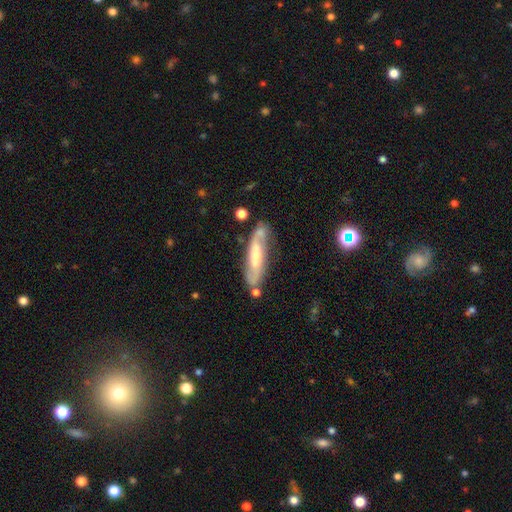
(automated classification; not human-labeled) This appears to be a featured or disk galaxy (62%). Merging: none (67%).